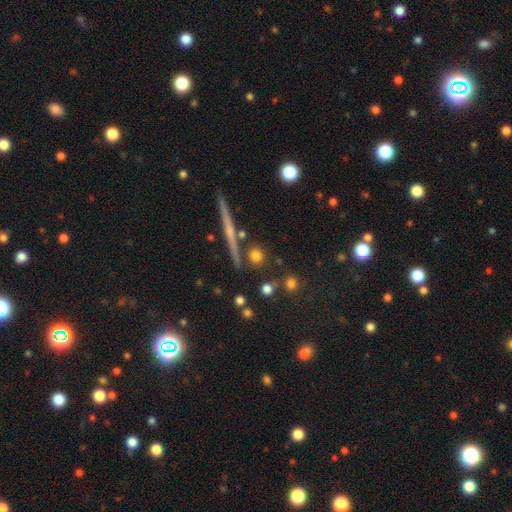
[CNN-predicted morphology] Smooth or featured? smooth (74%)
How rounded? round (89%)
Merging? none (80%)